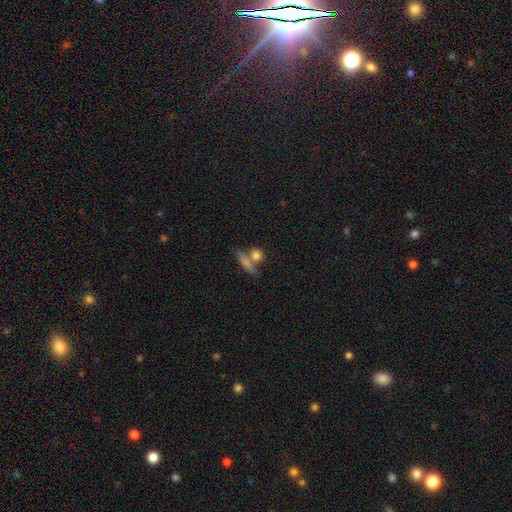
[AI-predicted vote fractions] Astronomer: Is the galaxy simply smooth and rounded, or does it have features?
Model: smooth — 78%.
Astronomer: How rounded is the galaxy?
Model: round — 50% (runner-up: in between, 33%).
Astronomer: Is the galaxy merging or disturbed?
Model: none — 50% (runner-up: merger, 36%).